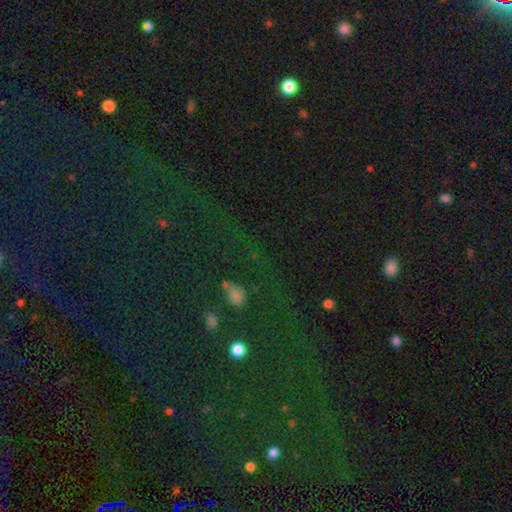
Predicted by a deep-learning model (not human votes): This appears to be a star or artifact, not a galaxy (77%).